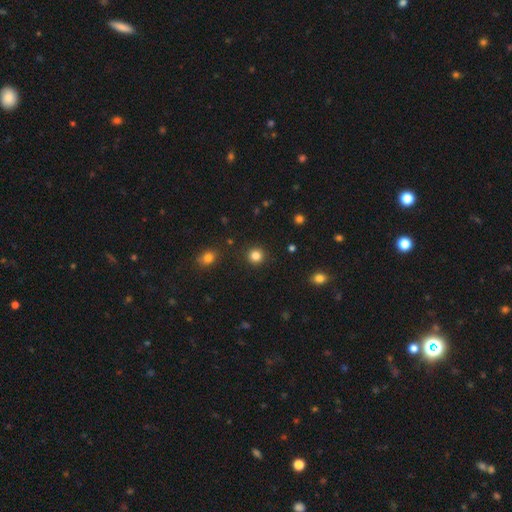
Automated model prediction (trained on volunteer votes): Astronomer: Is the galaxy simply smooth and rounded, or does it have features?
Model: smooth — 84%.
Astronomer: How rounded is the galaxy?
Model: round — 93%.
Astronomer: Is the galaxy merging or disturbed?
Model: none — 92%.